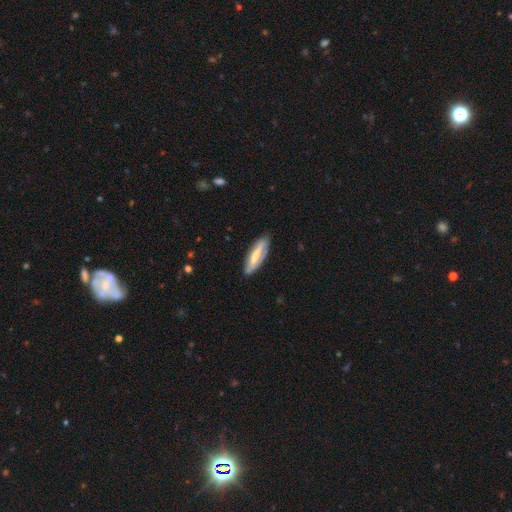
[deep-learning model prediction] A featured or disk galaxy (52%). Merging: none (79%).